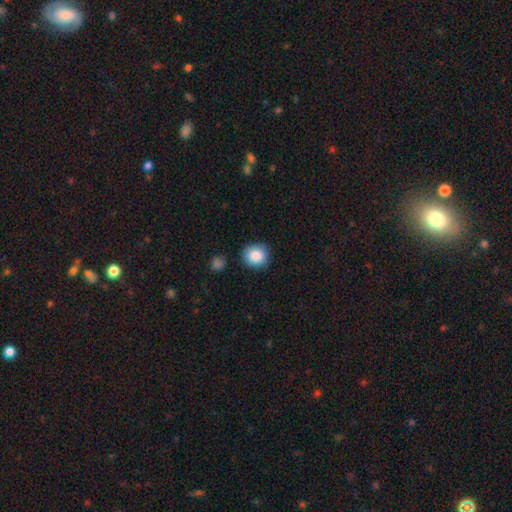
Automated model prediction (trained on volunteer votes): This appears to be a smooth galaxy with no disk features (87%) that is round (87%). Merging: none (86%).